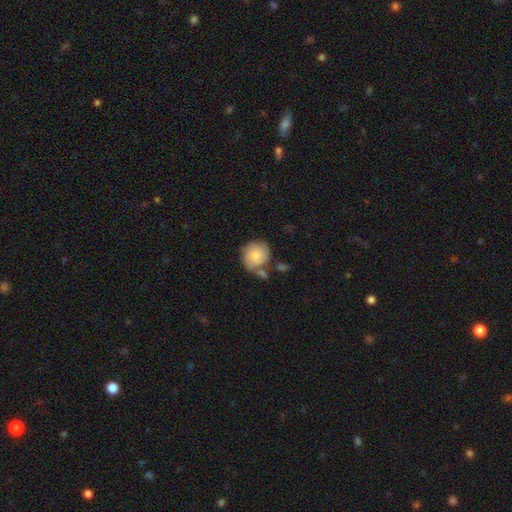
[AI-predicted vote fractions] Overall: smooth (74%). How rounded: round (83%). Merging: none (52%; minor disturbance 20%).